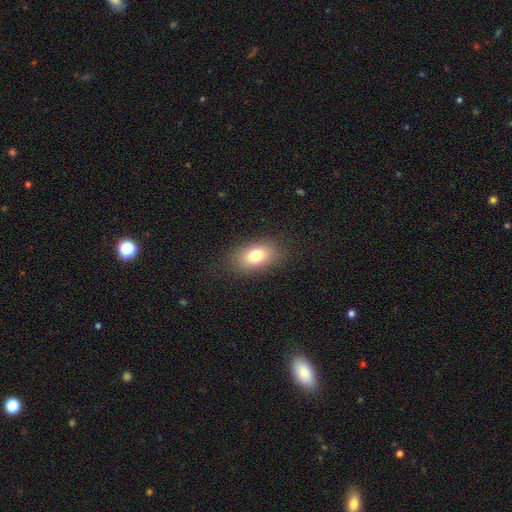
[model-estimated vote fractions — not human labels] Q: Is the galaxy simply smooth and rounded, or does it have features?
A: smooth — 79%.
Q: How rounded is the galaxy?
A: in between — 87%.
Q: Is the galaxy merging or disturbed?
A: none — 84%.